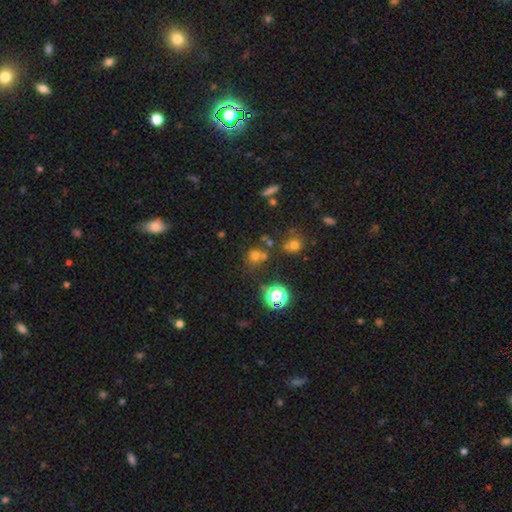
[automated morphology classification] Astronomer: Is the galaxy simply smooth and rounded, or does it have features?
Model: smooth — 63%.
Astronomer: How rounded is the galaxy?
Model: round — 84%.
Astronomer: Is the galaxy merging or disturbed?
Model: none — 59%.